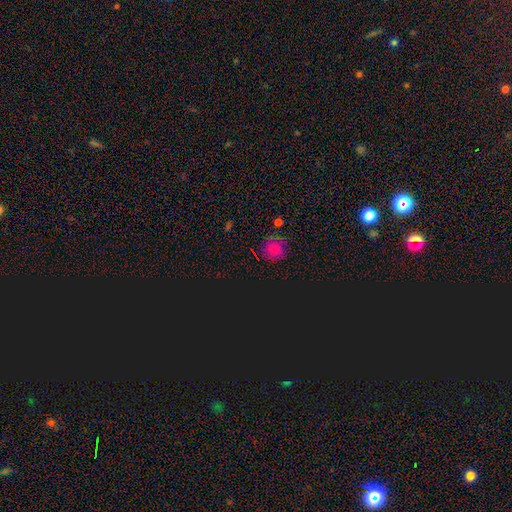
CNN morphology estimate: Smooth or featured? Predicted: smooth (p=0.52). How rounded? Predicted: round (p=0.88). Merging? Predicted: none (p=0.81).